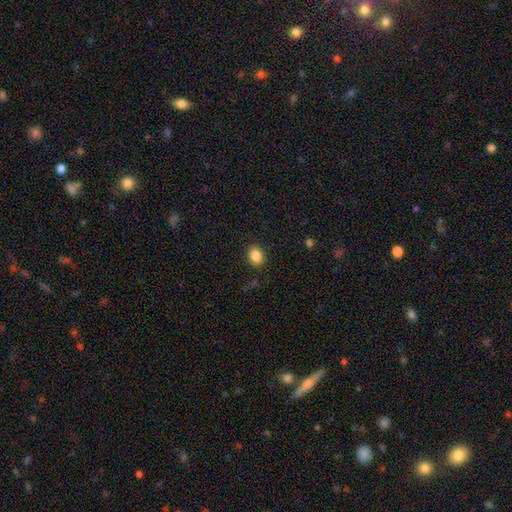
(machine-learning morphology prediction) Smooth or featured? Predicted: smooth (p=0.87). How rounded? Predicted: in between (p=0.65). Merging? Predicted: none (p=0.87).